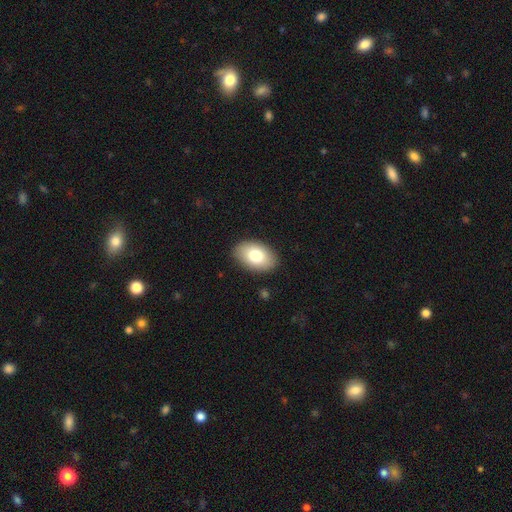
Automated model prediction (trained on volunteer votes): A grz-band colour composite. It shows a smooth galaxy with no disk features (78%) that is in between round and cigar-shaped (91%). Merging: none (88%).